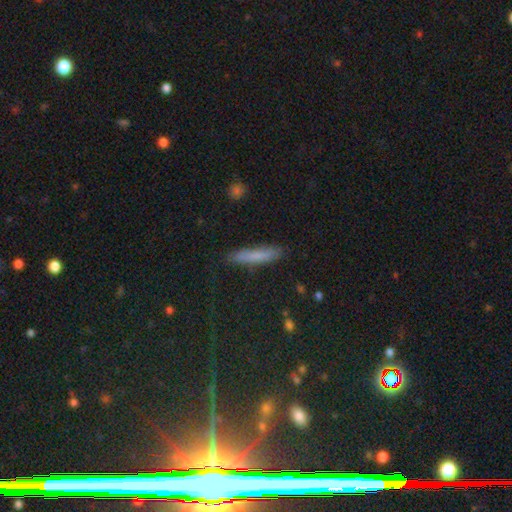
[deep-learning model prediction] The model was most divided on "smooth or featured": smooth: 73%, featured or disk: 18%, star or artifact: 9%. More confident: how rounded — cigar-shaped (91%); merging — none (86%).